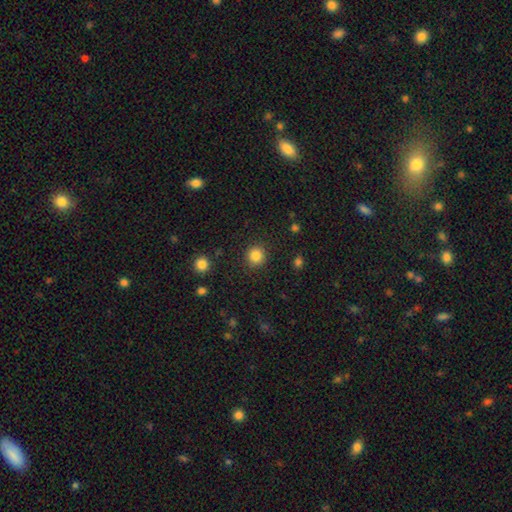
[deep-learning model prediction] Smooth or featured? smooth (85%)
How rounded? round (91%)
Merging? none (90%)